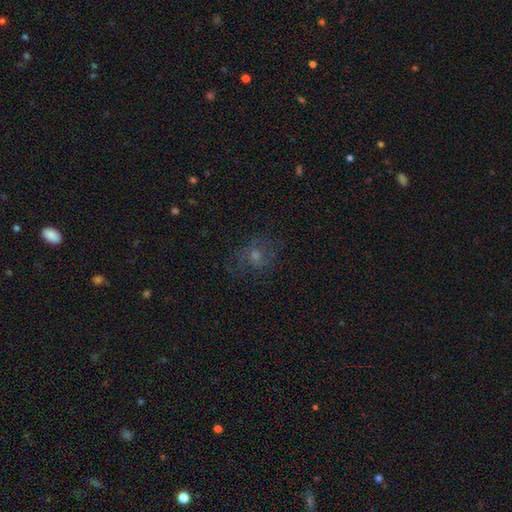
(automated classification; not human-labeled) Smooth or featured?
  - smooth: 44% *
  - featured or disk: 37%
  - star or artifact: 19%
Merging?
  - none: 63% *
  - minor disturbance: 19%
  - major disturbance: 17%
  - merger: 1%